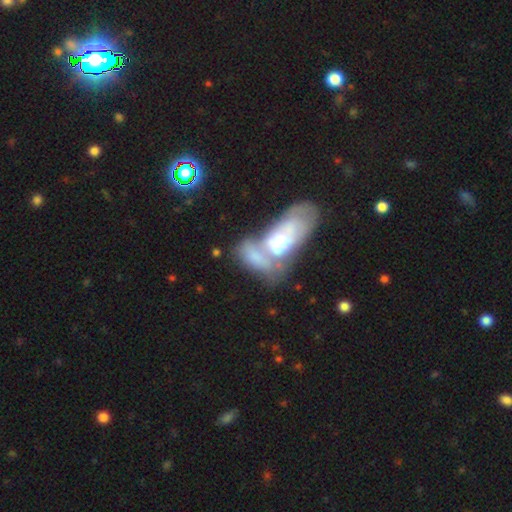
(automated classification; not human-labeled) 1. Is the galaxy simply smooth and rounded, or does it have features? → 48% smooth, 44% featured or disk, 8% star or artifact.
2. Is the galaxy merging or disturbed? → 61% merger, 17% none, 12% major disturbance, 10% minor disturbance.